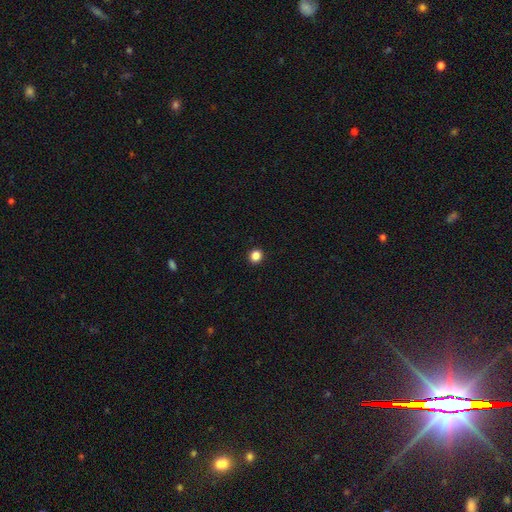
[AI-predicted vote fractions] Smooth or featured?
  - smooth: 86% *
  - star or artifact: 11%
  - featured or disk: 3%
How rounded?
  - round: 89% *
  - in between: 10%
  - cigar-shaped: 1%
Merging?
  - none: 93% *
  - minor disturbance: 4%
  - major disturbance: 1%
  - merger: 1%